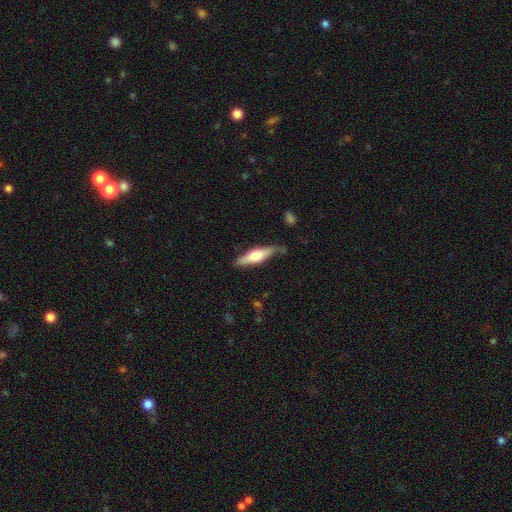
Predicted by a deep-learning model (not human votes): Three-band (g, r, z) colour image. It shows a featured or disk galaxy (47%, tied with smooth). Merging: none (74%).